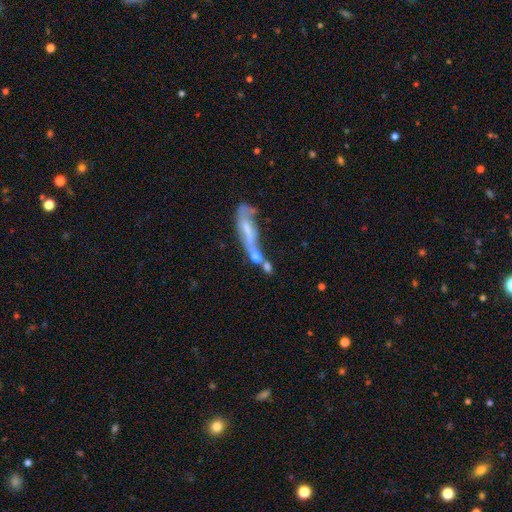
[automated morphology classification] Smooth or featured: smooth — 45% (featured or disk — 44%)
Merging: merger — 58% (none — 18%)